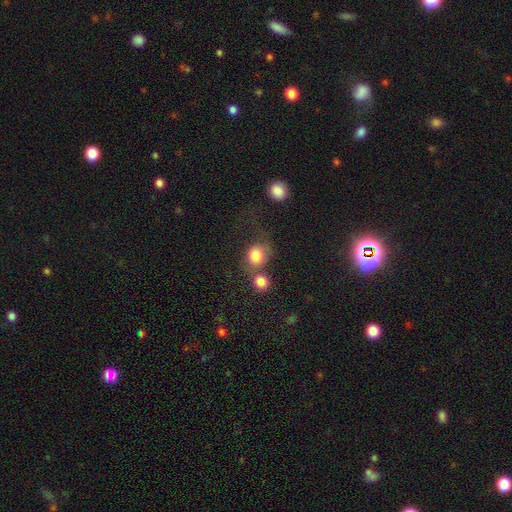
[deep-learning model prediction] A smooth galaxy with no disk features (82%) that is round (71%).

Vote fractions:
- Smooth or featured? smooth: 82% / star or artifact: 9% / featured or disk: 9%
- How rounded? round: 71% / in between: 28% / cigar-shaped: 1%
- Merging? merger: 40% / none: 36% / minor disturbance: 13% / major disturbance: 11%